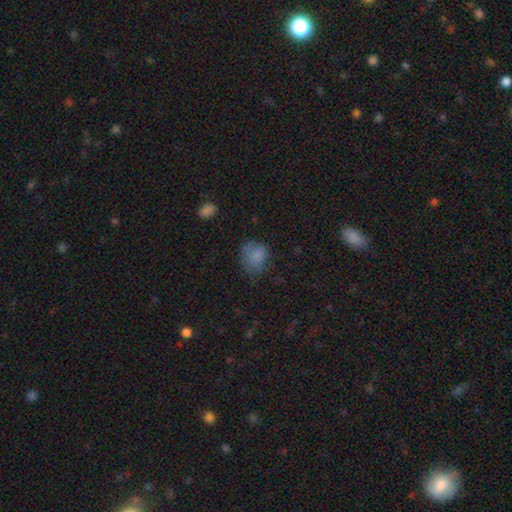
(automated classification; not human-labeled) Smooth or featured?
  - smooth: 76% *
  - star or artifact: 12%
  - featured or disk: 11%
How rounded?
  - round: 61% *
  - in between: 38%
  - cigar-shaped: 1%
Merging?
  - none: 52% *
  - minor disturbance: 29%
  - major disturbance: 17%
  - merger: 2%